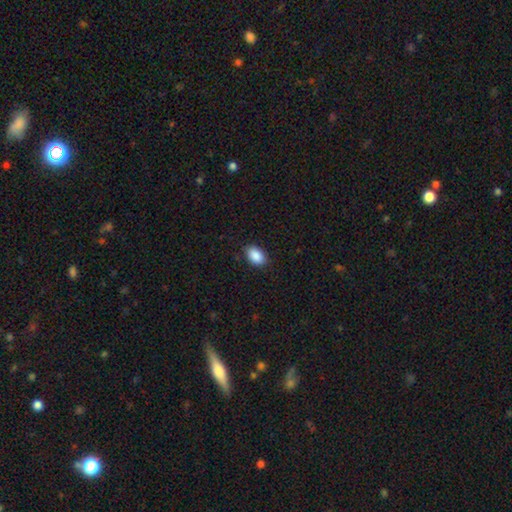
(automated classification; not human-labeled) smooth 90%, star or artifact 7%, featured or disk 3%. Down the decision tree: how rounded — in between (90%); merging — none (87%).